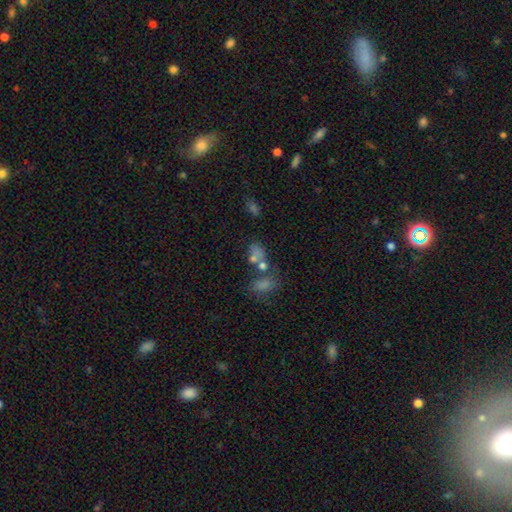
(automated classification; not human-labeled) The model was most divided on "merging": none: 40%, merger: 37%, minor disturbance: 14%, major disturbance: 9%. More confident: how rounded — in between (70%); smooth or featured — smooth (59%).